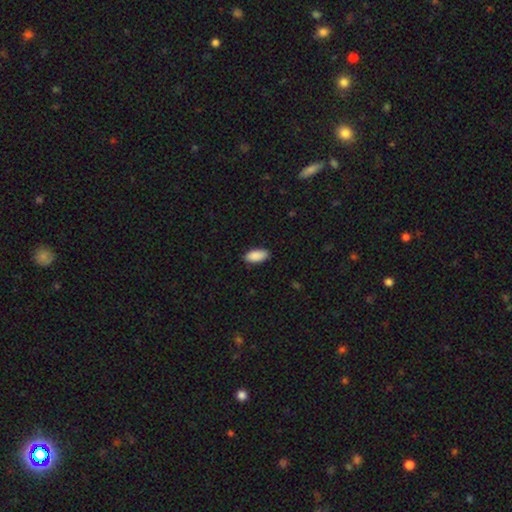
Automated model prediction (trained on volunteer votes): smooth-or-featured: smooth: 90% | star or artifact: 6% | featured or disk: 4%
  how-rounded: in between: 91% | cigar-shaped: 8% | round: 2%
  merging: none: 87% | minor disturbance: 11% | major disturbance: 2% | merger: 1%